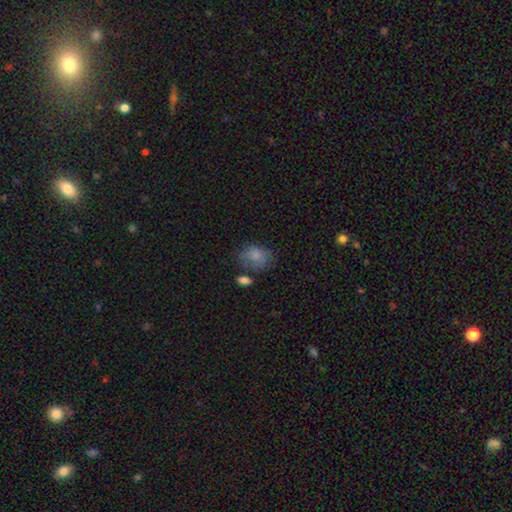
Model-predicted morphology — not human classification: Overall: smooth (81%). How rounded: in between (54%; round 45%). Merging: none (53%; minor disturbance 26%).